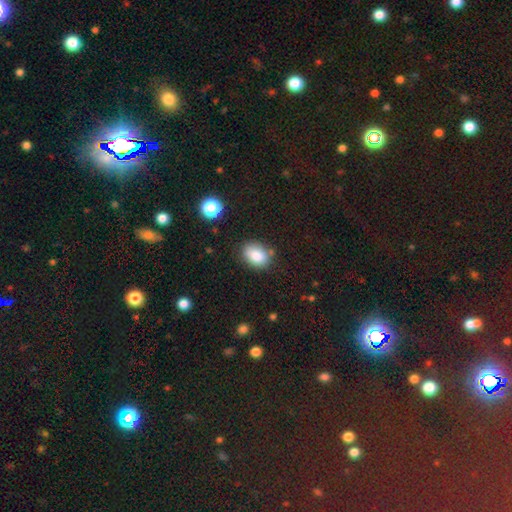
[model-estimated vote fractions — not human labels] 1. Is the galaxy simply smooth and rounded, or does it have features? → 84% smooth, 9% star or artifact, 7% featured or disk.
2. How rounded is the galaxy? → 75% in between, 24% round, 1% cigar-shaped.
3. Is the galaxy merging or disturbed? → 74% none, 17% minor disturbance, 5% merger, 4% major disturbance.